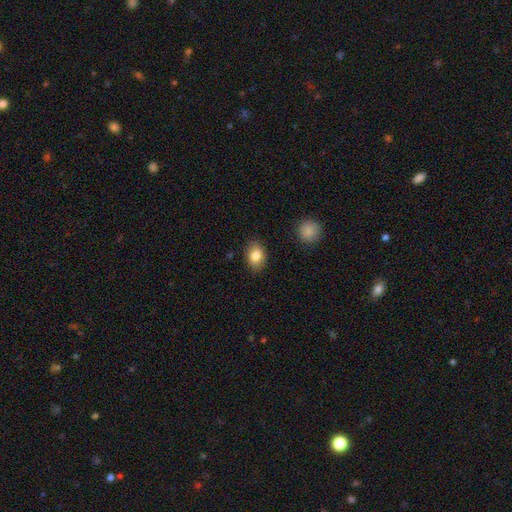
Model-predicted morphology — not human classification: This is clearly a smooth galaxy (83%). How rounded: likely in between (76%). Merging: clearly none (86%).